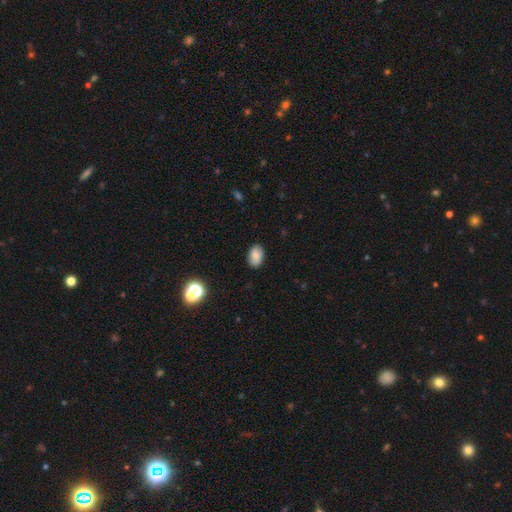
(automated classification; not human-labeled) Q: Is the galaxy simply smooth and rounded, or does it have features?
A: smooth — 84%.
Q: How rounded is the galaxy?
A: in between — 87%.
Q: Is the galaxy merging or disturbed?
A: none — 86%.